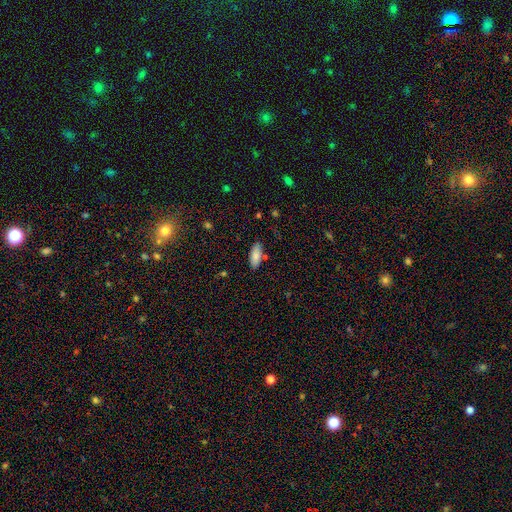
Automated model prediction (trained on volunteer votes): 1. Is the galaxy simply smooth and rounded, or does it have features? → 85% smooth, 8% featured or disk, 7% star or artifact.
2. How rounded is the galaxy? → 83% in between, 15% cigar-shaped, 2% round.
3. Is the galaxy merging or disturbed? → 81% none, 12% minor disturbance, 4% merger, 3% major disturbance.